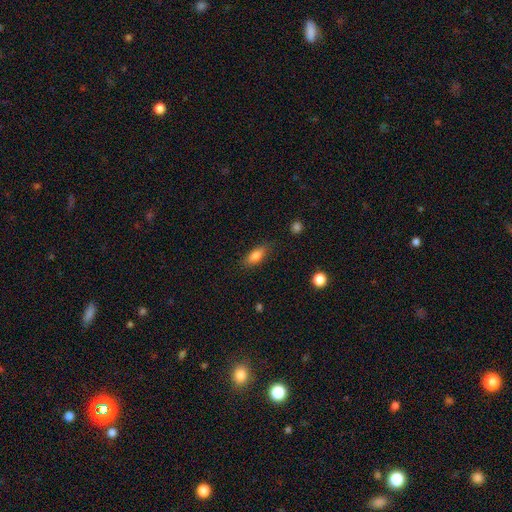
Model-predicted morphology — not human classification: Smooth or featured? smooth (80%)
How rounded? in between (75%)
Merging? none (80%)